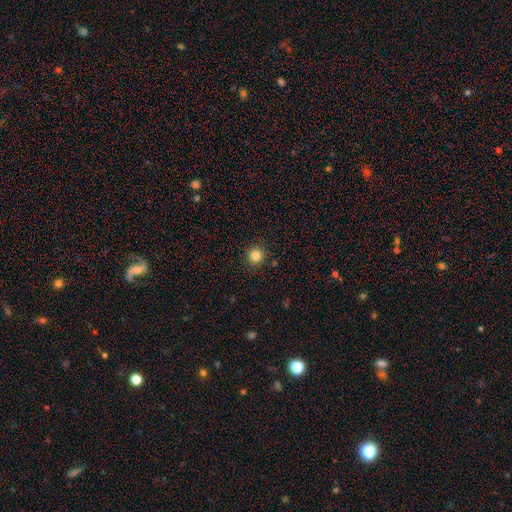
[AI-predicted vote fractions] A smooth galaxy with no disk features (84%) that is round (93%). Merging: none (91%).